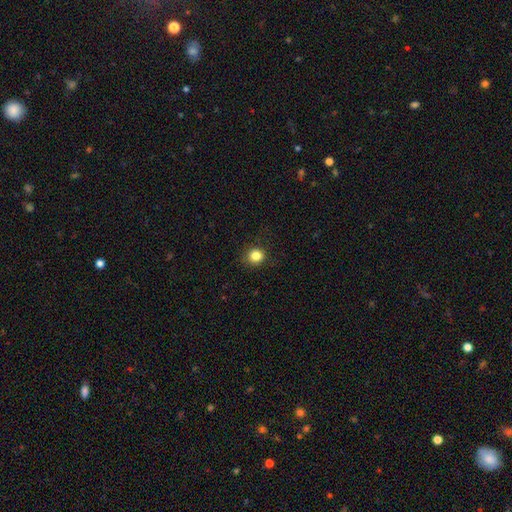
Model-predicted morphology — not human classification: smooth-or-featured: smooth: 84% | star or artifact: 12% | featured or disk: 4%
  how-rounded: round: 88% | in between: 11% | cigar-shaped: 1%
  merging: none: 88% | minor disturbance: 9% | major disturbance: 3% | merger: 1%